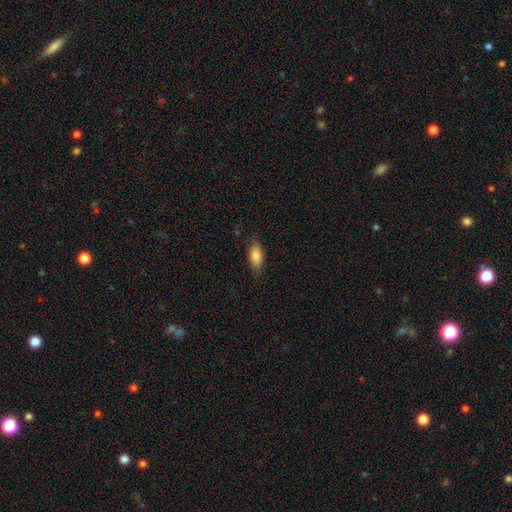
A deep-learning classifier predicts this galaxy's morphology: A smooth galaxy with no disk features (84%) that is in between round and cigar-shaped (80%).

Vote fractions:
- Smooth or featured? smooth: 84% / featured or disk: 9% / star or artifact: 7%
- How rounded? in between: 80% / cigar-shaped: 17% / round: 3%
- Merging? none: 80% / minor disturbance: 15% / major disturbance: 3% / merger: 1%